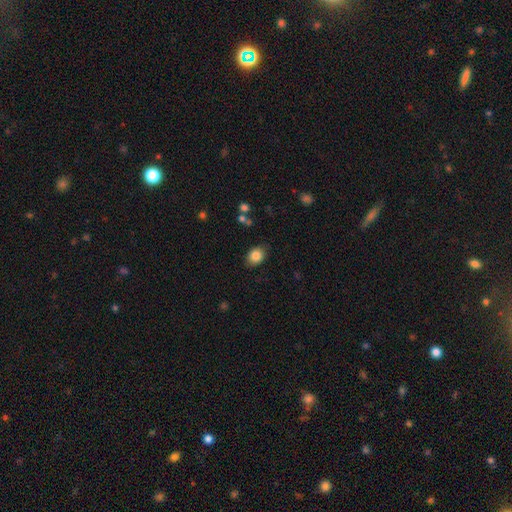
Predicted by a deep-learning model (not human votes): Q: Smooth or featured?
A: smooth (85%); runner-up: star or artifact (9%)
Q: How rounded?
A: in between (55%); runner-up: round (44%)
Q: Merging?
A: none (82%); runner-up: minor disturbance (13%)